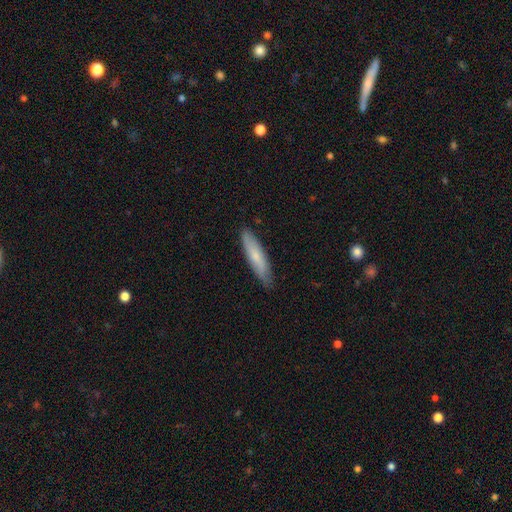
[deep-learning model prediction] smooth_or_featured: smooth (p=0.71) [alt: featured or disk p=0.23]
how_rounded: cigar-shaped (p=0.79) [alt: in between p=0.20]
merging: none (p=0.85) [alt: minor disturbance p=0.12]